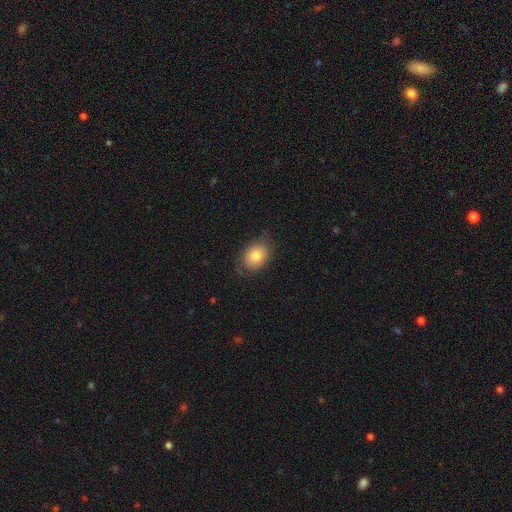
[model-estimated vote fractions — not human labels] Q: Smooth or featured?
A: smooth (76%); runner-up: featured or disk (15%)
Q: How rounded?
A: in between (70%); runner-up: round (29%)
Q: Merging?
A: none (73%); runner-up: minor disturbance (21%)